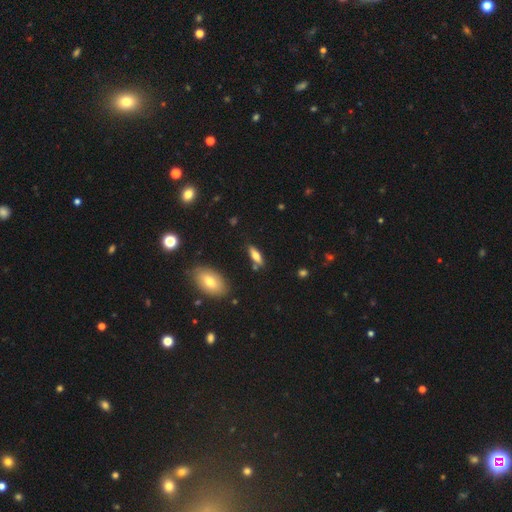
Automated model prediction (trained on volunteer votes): A smooth galaxy with no disk features (64%) that is in between round and cigar-shaped (52%). Merging: none (79%).